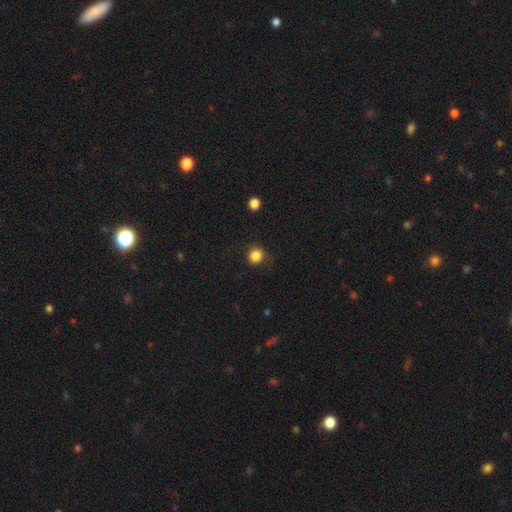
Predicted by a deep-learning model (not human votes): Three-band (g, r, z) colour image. It shows a smooth galaxy with no disk features (85%) that is round (86%). Merging: none (79%).